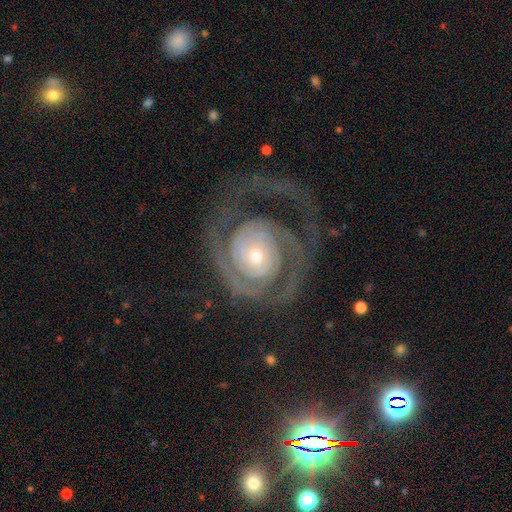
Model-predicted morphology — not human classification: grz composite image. It shows a featured or disk galaxy (89%) with no bar (74%), 2 (62%) tight (67%) spiral arms (97%) and a small central bulge (65%). Merging: none (59%).